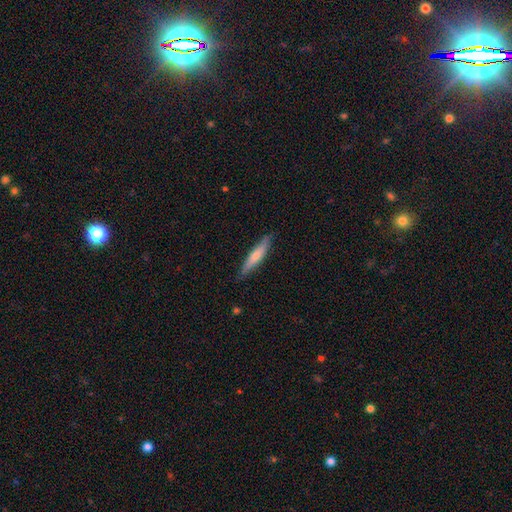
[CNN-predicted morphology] smooth_or_featured: smooth (p=0.63) [alt: featured or disk p=0.31]
how_rounded: cigar-shaped (p=0.89) [alt: in between p=0.10]
merging: none (p=0.85) [alt: minor disturbance p=0.12]